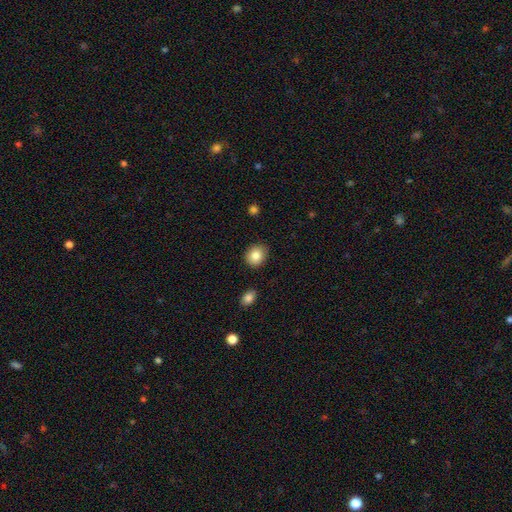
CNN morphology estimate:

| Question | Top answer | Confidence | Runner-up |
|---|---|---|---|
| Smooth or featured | smooth | 84% | star or artifact (9%) |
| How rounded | round | 65% | in between (34%) |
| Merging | none | 87% | minor disturbance (9%) |